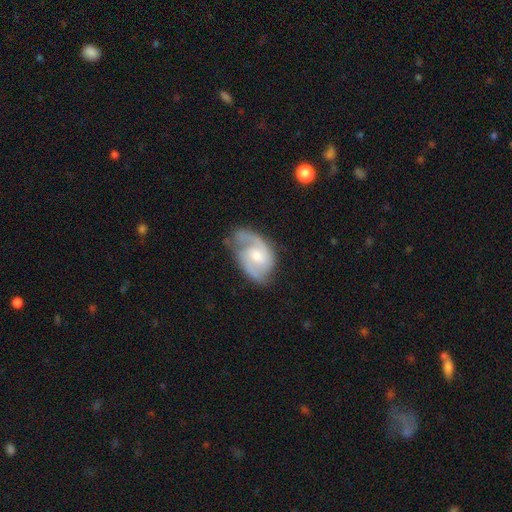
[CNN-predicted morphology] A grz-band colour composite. It shows a featured or disk galaxy (85%) with a weak bar (46%), 2 (81%) medium (52%) spiral arms (96%) and a moderate central bulge (51%). Merging: none (66%).